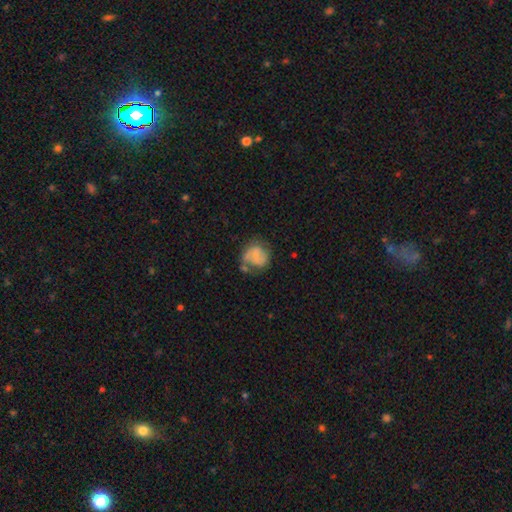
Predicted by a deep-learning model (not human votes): A smooth galaxy with no disk features (51%) that is round (70%).

Vote fractions:
- Smooth or featured? smooth: 51% / featured or disk: 40% / star or artifact: 9%
- How rounded? round: 70% / in between: 29% / cigar-shaped: 1%
- Merging? none: 40% / minor disturbance: 27% / major disturbance: 22% / merger: 11%